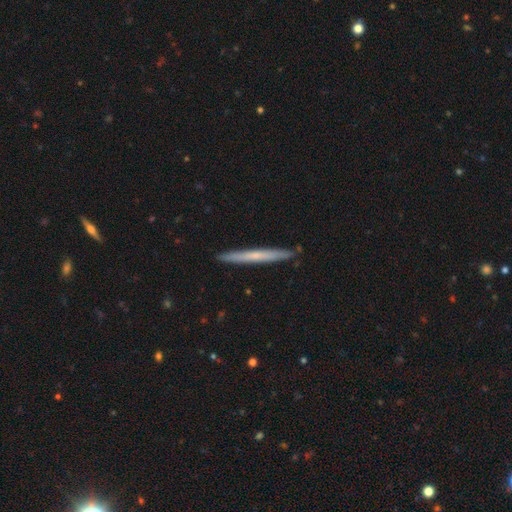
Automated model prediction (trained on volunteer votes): Smooth or featured? smooth (52%)
How rounded? cigar-shaped (97%)
Merging? none (91%)